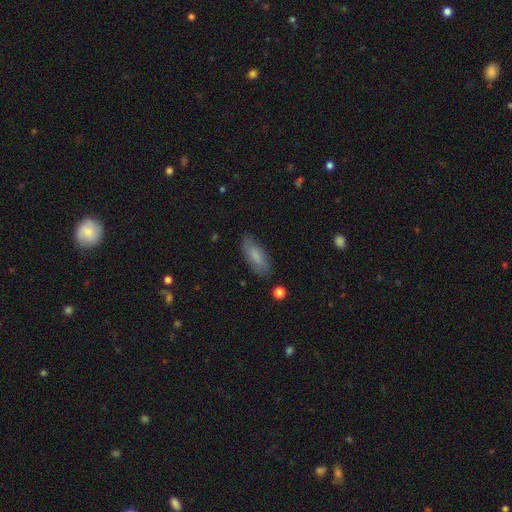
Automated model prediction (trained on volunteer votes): A smooth galaxy with no disk features (77%) that is in between round and cigar-shaped (70%). Merging: none (80%).